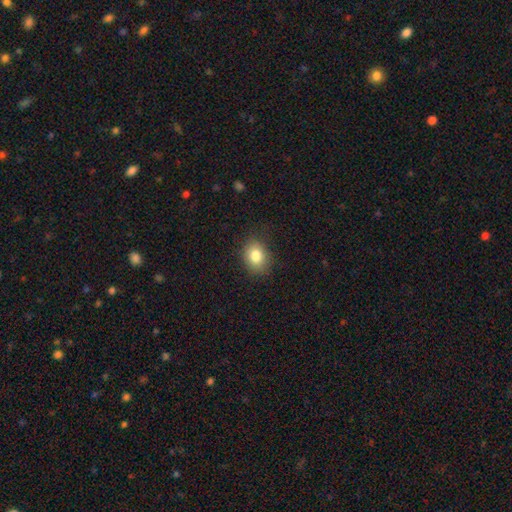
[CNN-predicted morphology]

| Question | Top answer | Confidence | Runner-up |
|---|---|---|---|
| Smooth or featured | smooth | 82% | star or artifact (10%) |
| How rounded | in between | 56% | round (43%) |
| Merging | none | 82% | minor disturbance (13%) |